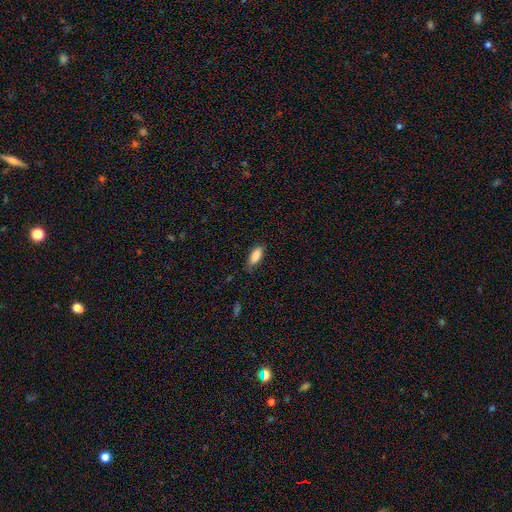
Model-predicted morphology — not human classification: The model was most divided on "merging": none: 76%, minor disturbance: 19%, major disturbance: 4%, merger: 1%. More confident: smooth or featured — smooth (86%); how rounded — in between (80%).